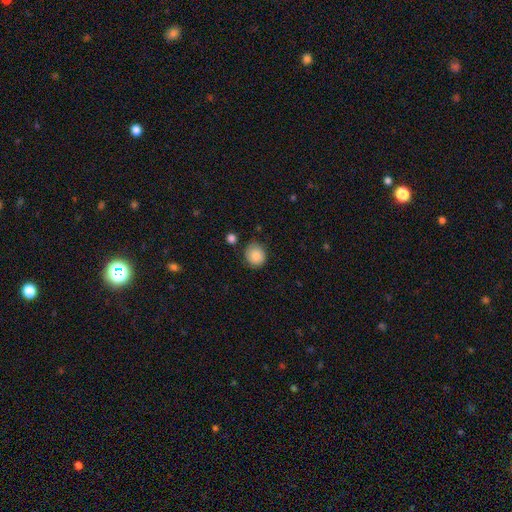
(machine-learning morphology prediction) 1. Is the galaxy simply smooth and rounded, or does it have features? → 87% smooth, 8% star or artifact, 5% featured or disk.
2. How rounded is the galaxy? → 80% round, 19% in between, 1% cigar-shaped.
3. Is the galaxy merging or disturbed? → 78% none, 16% minor disturbance, 3% major disturbance, 3% merger.